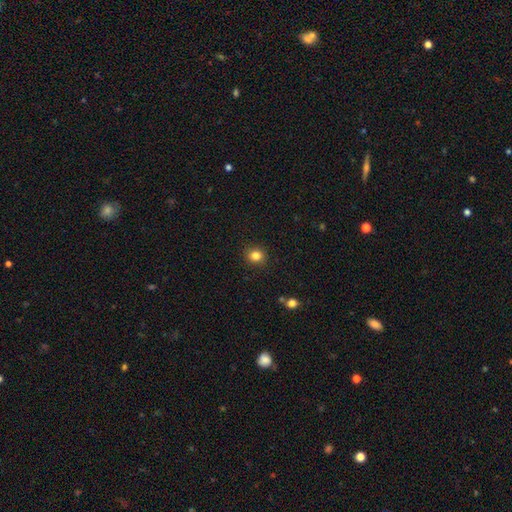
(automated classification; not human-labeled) Smooth or featured: smooth — 83% (star or artifact — 12%)
How rounded: round — 84% (in between — 15%)
Merging: none — 90% (minor disturbance — 6%)